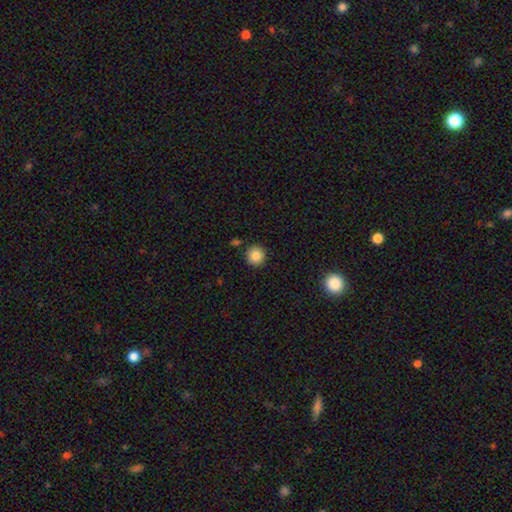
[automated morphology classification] Smooth or featured? smooth (85%)
How rounded? round (95%)
Merging? none (90%)